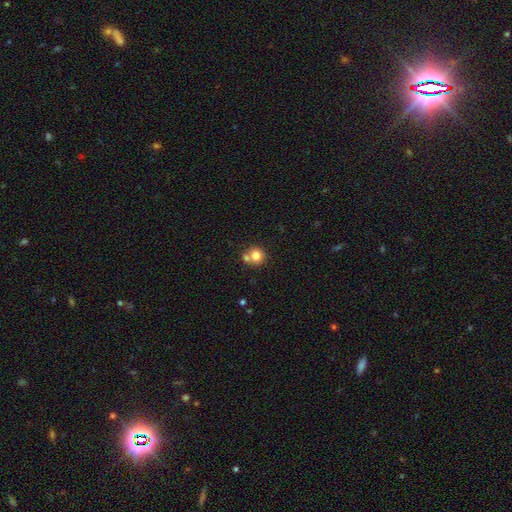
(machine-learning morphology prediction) Overall: smooth (79%). How rounded: round (87%). Merging: none (54%; merger 35%).